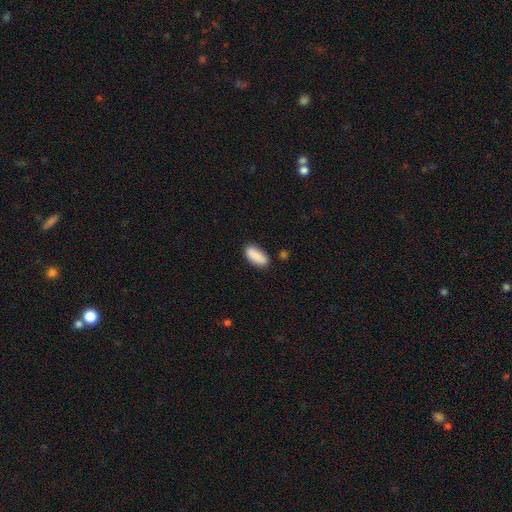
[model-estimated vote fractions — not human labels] Morphology: type=smooth (88%); roundness=in between (83%); merging=none (79%).